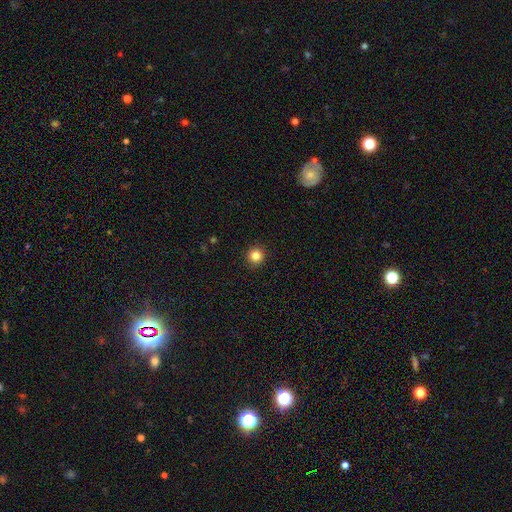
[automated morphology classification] Smooth or featured: smooth — 85% (star or artifact — 11%)
How rounded: round — 94% (in between — 5%)
Merging: none — 93% (minor disturbance — 5%)